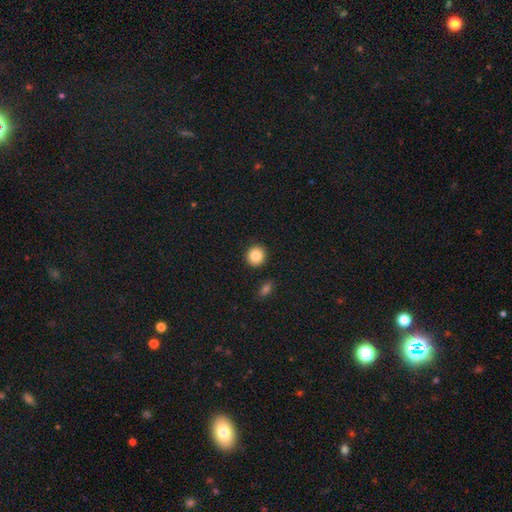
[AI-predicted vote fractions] Smooth or featured?
  - smooth: 85% *
  - star or artifact: 9%
  - featured or disk: 6%
How rounded?
  - round: 89% *
  - in between: 10%
  - cigar-shaped: 1%
Merging?
  - none: 90% *
  - minor disturbance: 6%
  - merger: 2%
  - major disturbance: 2%